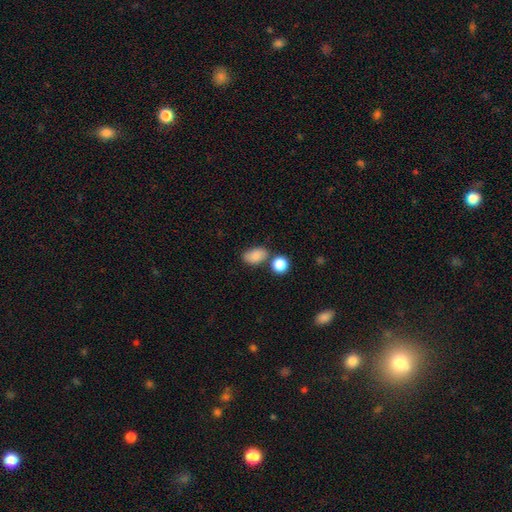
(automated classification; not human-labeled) smooth-or-featured: smooth: 85% | star or artifact: 9% | featured or disk: 6%
  how-rounded: in between: 86% | round: 13% | cigar-shaped: 2%
  merging: none: 64% | merger: 16% | minor disturbance: 16% | major disturbance: 4%